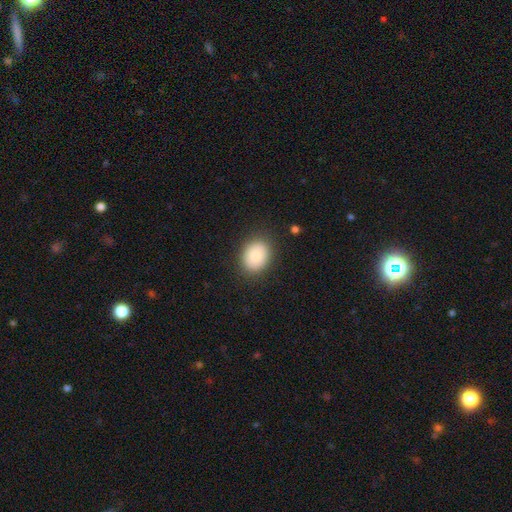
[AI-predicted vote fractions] Q: Smooth or featured?
A: smooth (80%); runner-up: featured or disk (12%)
Q: How rounded?
A: in between (52%); runner-up: round (47%)
Q: Merging?
A: none (87%); runner-up: minor disturbance (9%)